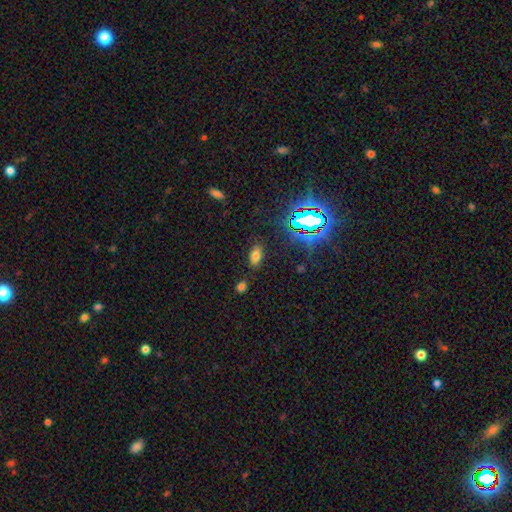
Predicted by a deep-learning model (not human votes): A smooth galaxy with no disk features (66%) that is in between round and cigar-shaped (89%). Merging: none (86%).